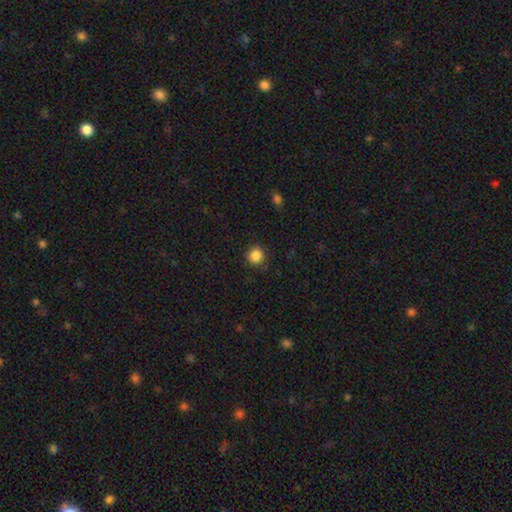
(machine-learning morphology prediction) smooth_or_featured: smooth (p=0.86) [alt: star or artifact p=0.11]
how_rounded: round (p=0.93) [alt: in between p=0.06]
merging: none (p=0.89) [alt: minor disturbance p=0.08]